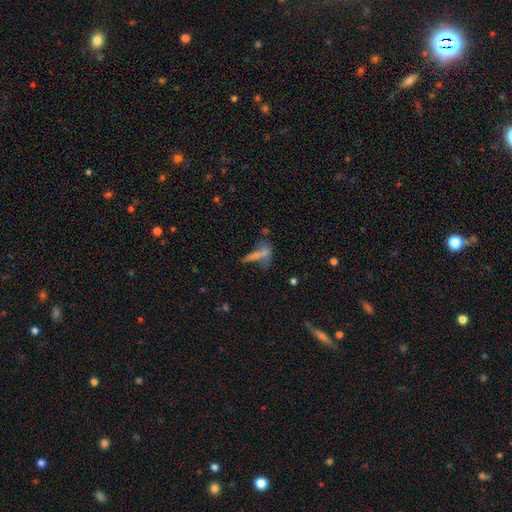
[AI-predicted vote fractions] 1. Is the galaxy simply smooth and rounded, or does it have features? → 43% smooth, 35% featured or disk, 22% star or artifact.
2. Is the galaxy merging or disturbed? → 37% none, 23% major disturbance, 22% merger, 18% minor disturbance.